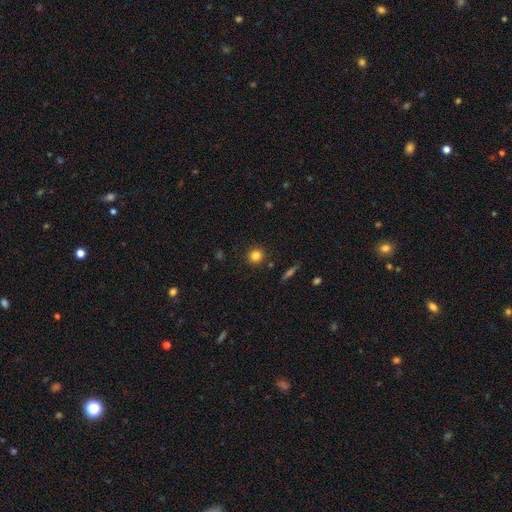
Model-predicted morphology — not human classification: type=smooth (82%); roundness=round (92%); merging=none (90%).